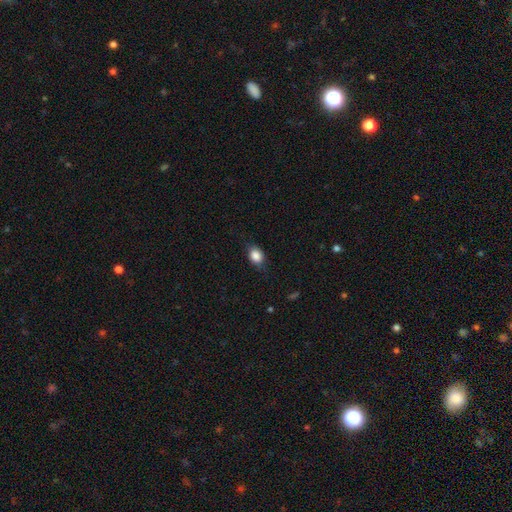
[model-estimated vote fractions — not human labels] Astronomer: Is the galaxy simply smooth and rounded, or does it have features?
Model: smooth — 85%.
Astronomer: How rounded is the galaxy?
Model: in between — 63%.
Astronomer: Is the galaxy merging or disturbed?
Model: none — 77%.